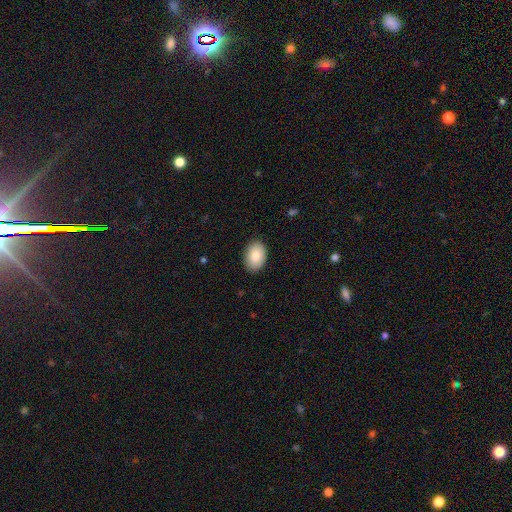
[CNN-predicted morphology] Overall: smooth (86%). How rounded: in between (87%). Merging: none (88%).